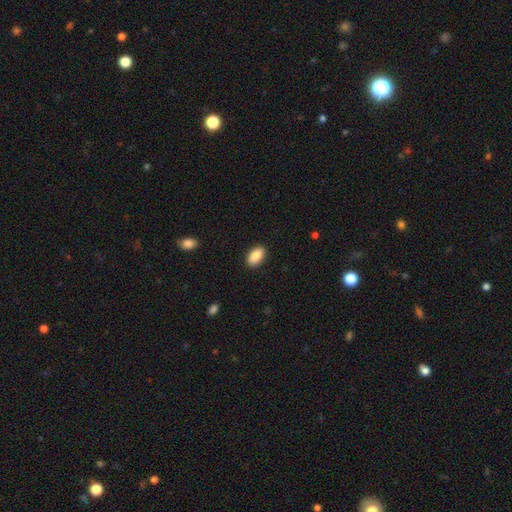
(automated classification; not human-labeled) The model was most divided on "merging": none: 89%, minor disturbance: 8%, major disturbance: 2%, merger: 1%. More confident: how rounded — in between (93%); smooth or featured — smooth (89%).